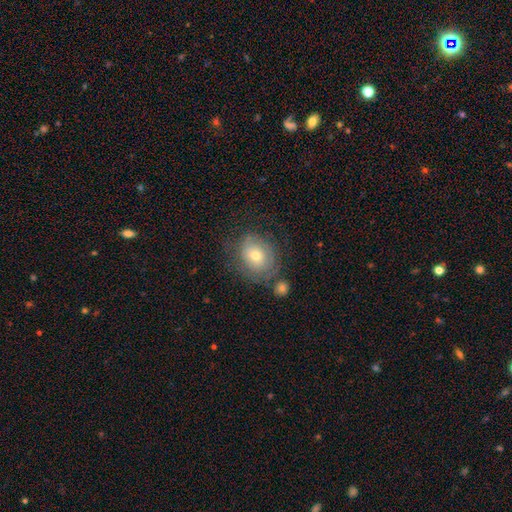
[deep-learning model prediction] Smooth or featured? Predicted: smooth (p=0.48). Merging? Predicted: none (p=0.61).